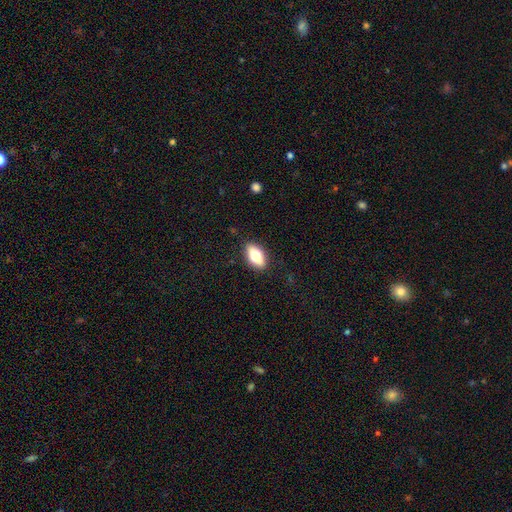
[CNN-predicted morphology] smooth 71%, featured or disk 22%, star or artifact 7%. Down the decision tree: how rounded — in between (86%); merging — none (87%).